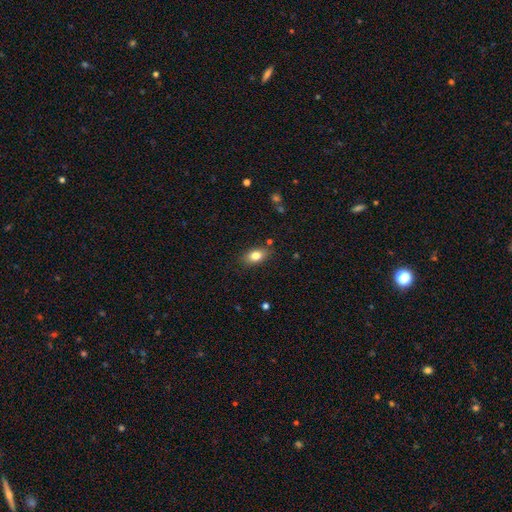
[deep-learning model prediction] smooth 81%, featured or disk 11%, star or artifact 9%. Down the decision tree: how rounded — in between (86%); merging — none (82%).